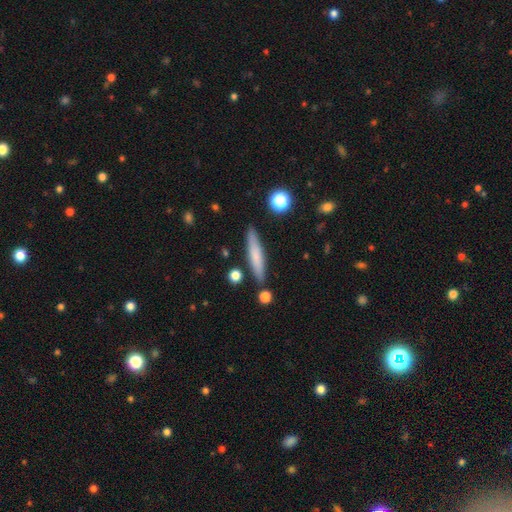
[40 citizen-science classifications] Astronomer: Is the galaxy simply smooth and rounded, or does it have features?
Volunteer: smooth — 65%.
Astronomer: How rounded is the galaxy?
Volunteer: cigar-shaped — 96%.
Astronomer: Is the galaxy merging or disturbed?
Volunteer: none — 92%.